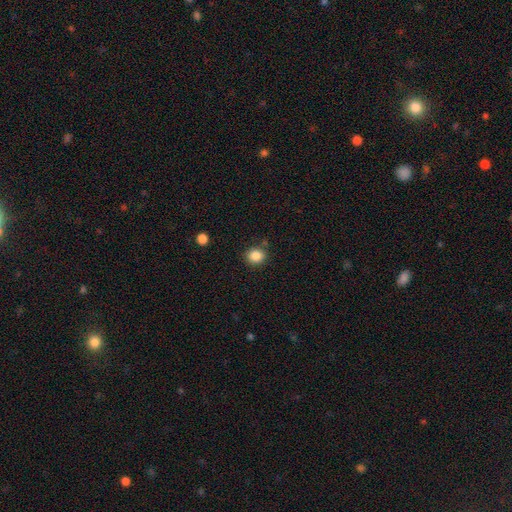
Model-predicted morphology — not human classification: smooth-or-featured: smooth: 86% | star or artifact: 10% | featured or disk: 4%
  how-rounded: round: 80% | in between: 19% | cigar-shaped: 1%
  merging: none: 83% | minor disturbance: 10% | merger: 4% | major disturbance: 3%